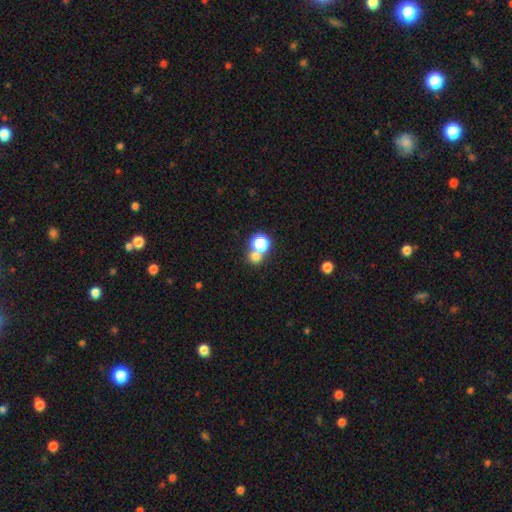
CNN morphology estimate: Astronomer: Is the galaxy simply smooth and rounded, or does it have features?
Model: smooth — 70%.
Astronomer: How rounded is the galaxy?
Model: round — 85%.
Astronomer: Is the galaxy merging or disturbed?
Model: none — 53% (runner-up: merger, 37%).